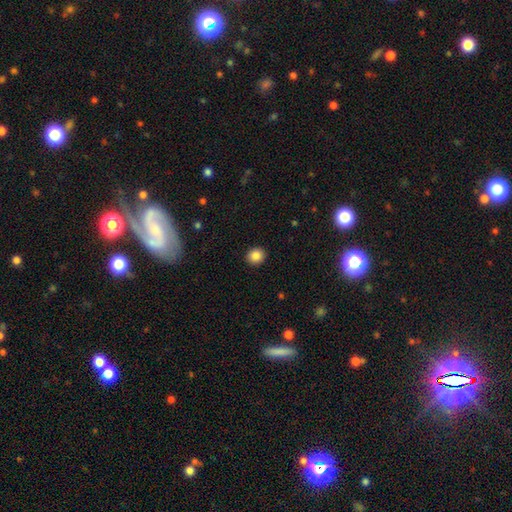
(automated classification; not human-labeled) Overall: smooth (86%). How rounded: round (82%). Merging: none (92%).